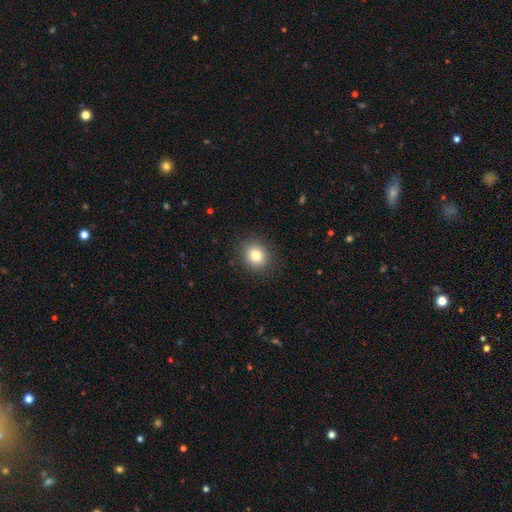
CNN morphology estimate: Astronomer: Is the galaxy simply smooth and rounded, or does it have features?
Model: smooth — 81%.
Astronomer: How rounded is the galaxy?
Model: round — 71%.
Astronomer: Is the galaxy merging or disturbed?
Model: none — 89%.